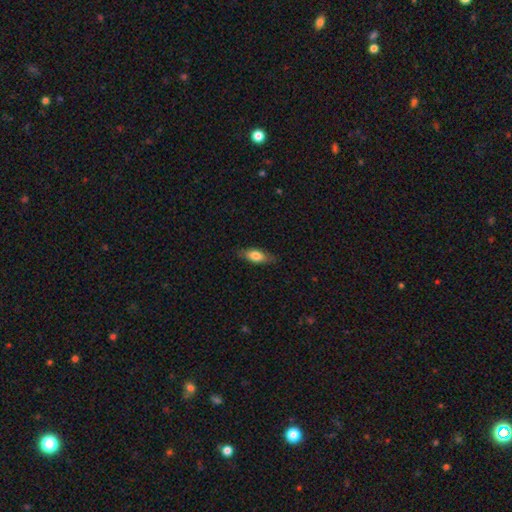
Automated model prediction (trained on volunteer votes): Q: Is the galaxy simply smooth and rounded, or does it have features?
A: smooth — 73%.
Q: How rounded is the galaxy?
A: in between — 75%.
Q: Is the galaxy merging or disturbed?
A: none — 81%.